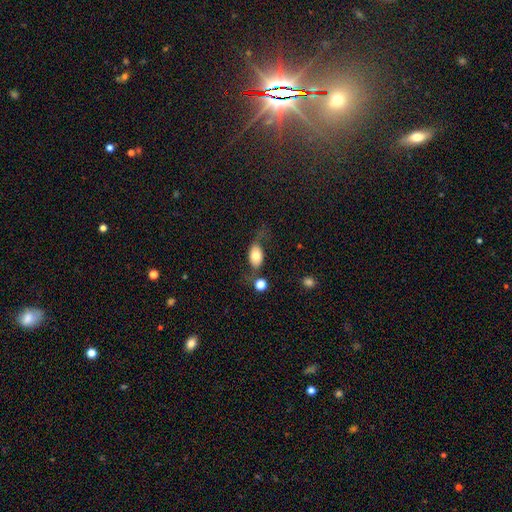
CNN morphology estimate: smooth_or_featured: smooth (p=0.66) [alt: featured or disk p=0.27]
how_rounded: in between (p=0.86) [alt: round p=0.11]
merging: none (p=0.54) [alt: minor disturbance p=0.20]